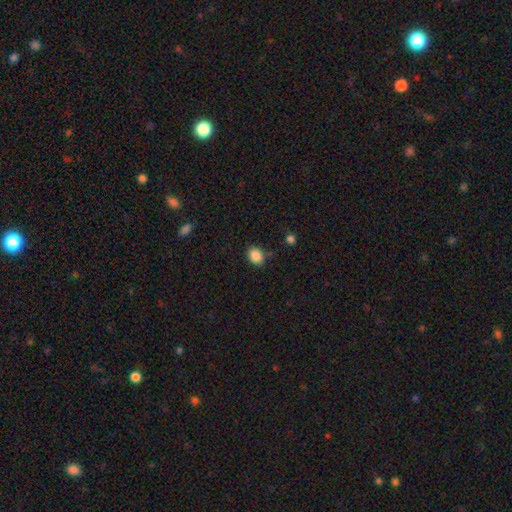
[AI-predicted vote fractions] Smooth or featured?
  - smooth: 87% *
  - star or artifact: 9%
  - featured or disk: 4%
How rounded?
  - in between: 57% *
  - round: 42%
  - cigar-shaped: 1%
Merging?
  - none: 79% *
  - minor disturbance: 15%
  - major disturbance: 3%
  - merger: 3%